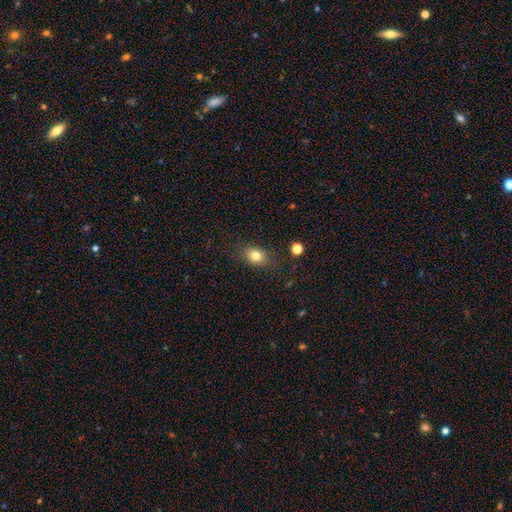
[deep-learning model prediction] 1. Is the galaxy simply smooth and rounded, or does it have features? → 80% smooth, 11% star or artifact, 9% featured or disk.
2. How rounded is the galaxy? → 57% in between, 42% round, 1% cigar-shaped.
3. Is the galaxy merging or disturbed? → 80% none, 14% minor disturbance, 4% major disturbance, 2% merger.